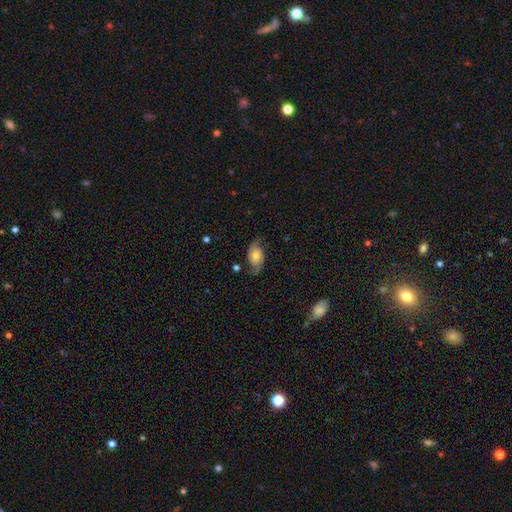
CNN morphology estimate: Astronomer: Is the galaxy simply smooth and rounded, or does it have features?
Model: featured or disk — 63%.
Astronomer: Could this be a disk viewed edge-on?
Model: no — 95%.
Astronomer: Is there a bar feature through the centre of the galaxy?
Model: no — 77%.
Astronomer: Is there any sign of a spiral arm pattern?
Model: yes — 89%.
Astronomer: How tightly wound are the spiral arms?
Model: loose — 55% (runner-up: medium, 32%).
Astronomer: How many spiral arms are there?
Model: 2 — 90%.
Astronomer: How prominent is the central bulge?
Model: moderate — 50% (runner-up: small, 33%).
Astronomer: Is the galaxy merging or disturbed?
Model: none — 68%.